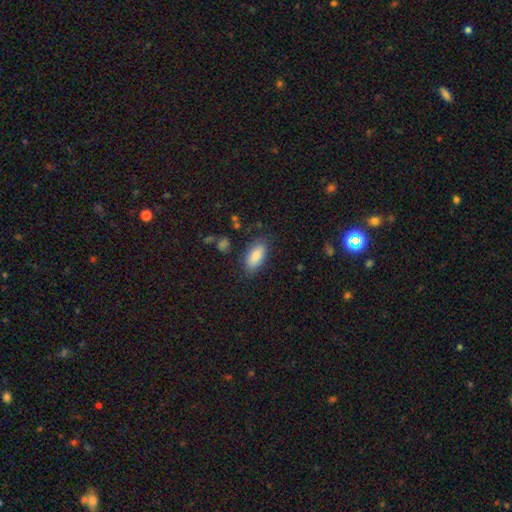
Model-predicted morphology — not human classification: type=smooth (85%); roundness=in between (88%); merging=none (80%).